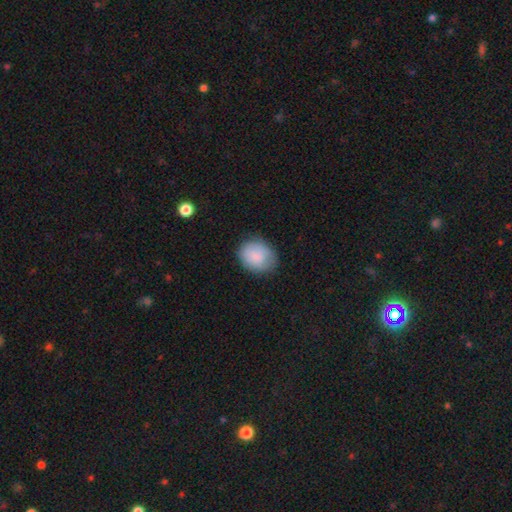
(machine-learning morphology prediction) type=smooth (84%); roundness=round (52%); merging=none (77%).